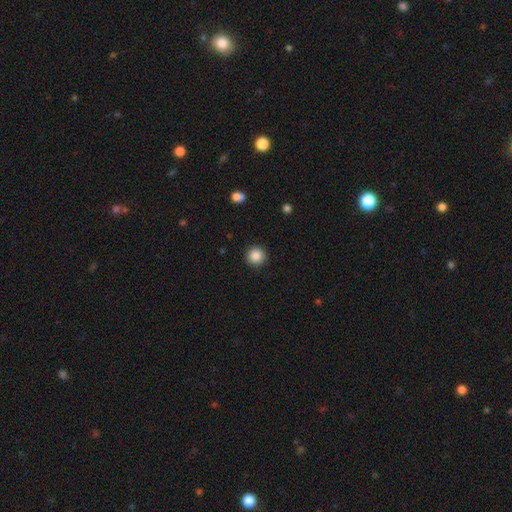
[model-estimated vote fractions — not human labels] smooth 87%, star or artifact 10%, featured or disk 3%. Down the decision tree: how rounded — round (95%); merging — none (92%).